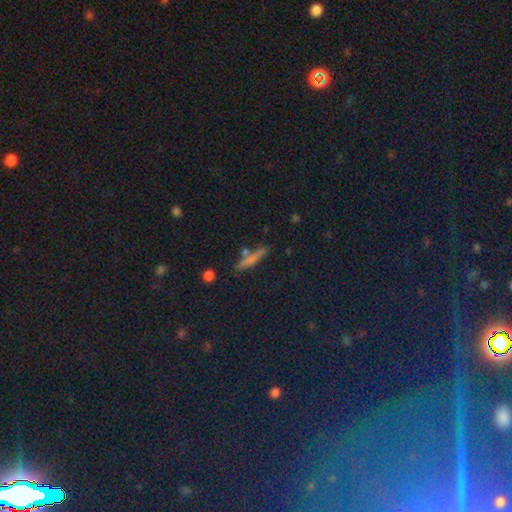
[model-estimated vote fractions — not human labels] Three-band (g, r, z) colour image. It shows a star or artifact, not a galaxy (43%).